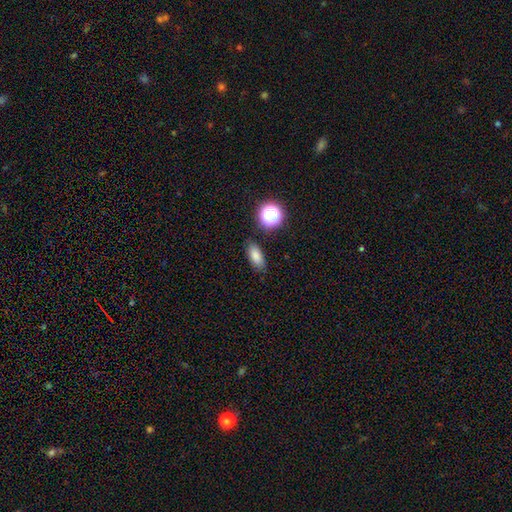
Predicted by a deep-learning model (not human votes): This appears to be a smooth galaxy with no disk features (81%) that is in between round and cigar-shaped (81%). Merging: none (83%).